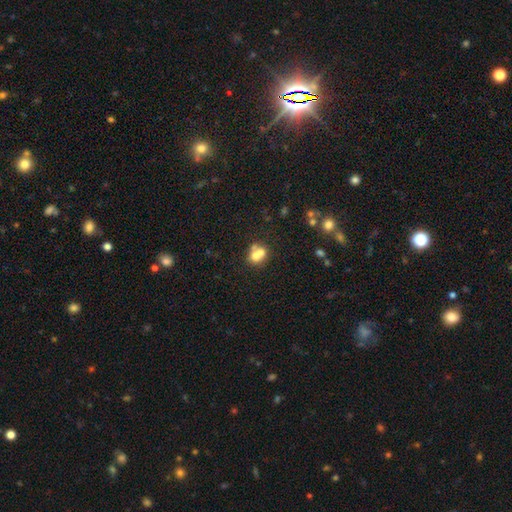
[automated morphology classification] Overall: smooth (64%). How rounded: round (54%; in between 45%). Merging: merger (56%; none 31%).